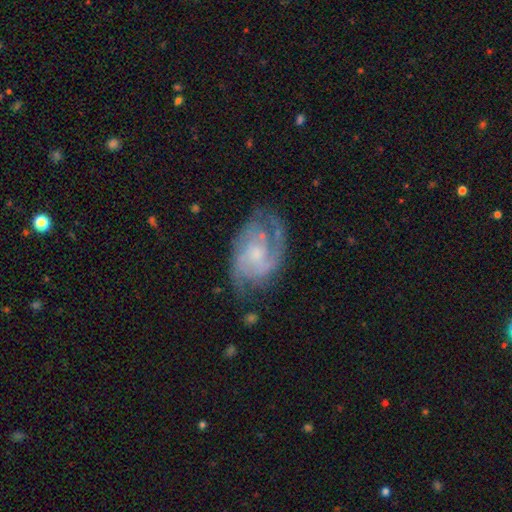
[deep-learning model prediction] Morphology: type=featured or disk (82%); edge-on=no (97%); bar=no (62%); spiral arms=yes (93%); winding=medium (45%); arm count=2 (50%); bulge=small (46%); merging=none (61%).